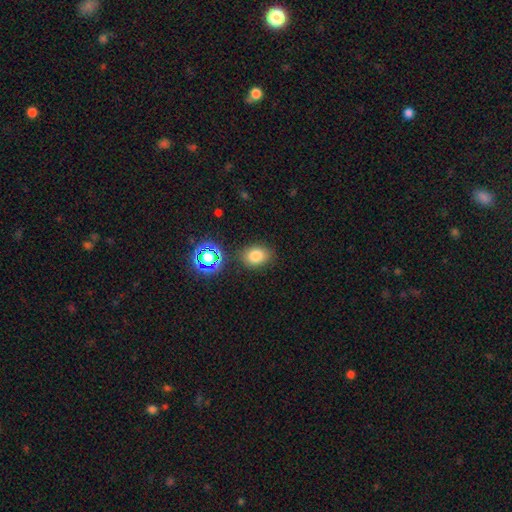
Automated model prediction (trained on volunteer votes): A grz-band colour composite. It shows a smooth galaxy with no disk features (77%) that is in between round and cigar-shaped (62%). Merging: none (81%).